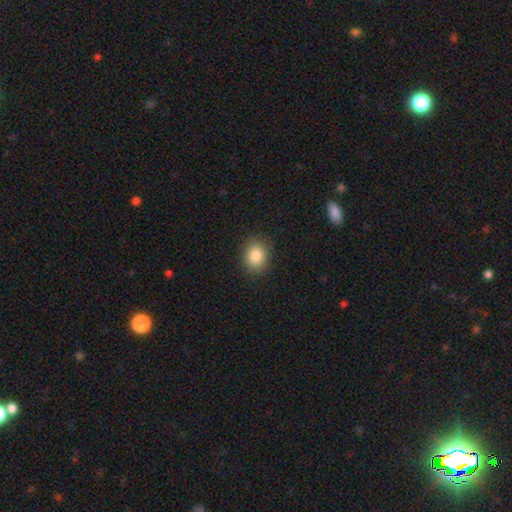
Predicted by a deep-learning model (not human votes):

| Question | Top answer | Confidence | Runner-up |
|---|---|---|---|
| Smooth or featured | smooth | 85% | star or artifact (9%) |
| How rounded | round | 52% | in between (48%) |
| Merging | none | 88% | minor disturbance (8%) |